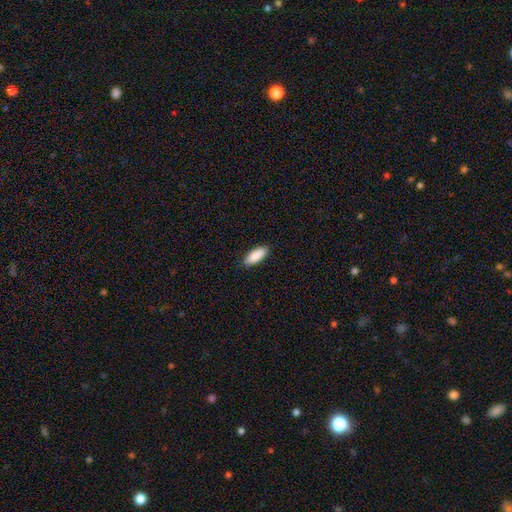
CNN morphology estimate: A smooth galaxy with no disk features (89%) that is in between round and cigar-shaped (75%). Merging: none (89%).